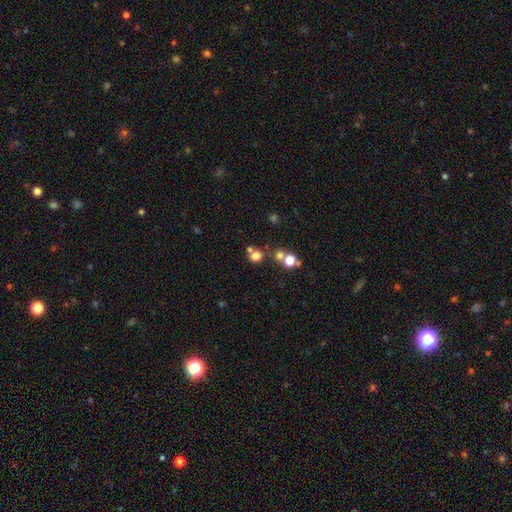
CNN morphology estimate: Q: Smooth or featured?
A: smooth (71%); runner-up: star or artifact (20%)
Q: How rounded?
A: round (74%); runner-up: in between (24%)
Q: Merging?
A: none (54%); runner-up: merger (32%)